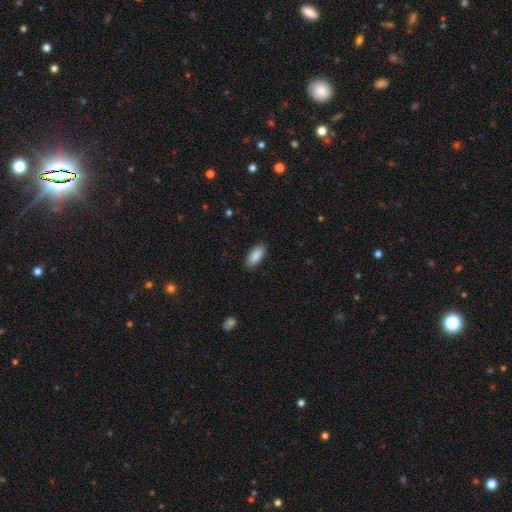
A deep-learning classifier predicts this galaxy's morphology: Smooth or featured?
  - smooth: 88% *
  - featured or disk: 6%
  - star or artifact: 6%
How rounded?
  - in between: 84% *
  - cigar-shaped: 14%
  - round: 2%
Merging?
  - none: 89% *
  - minor disturbance: 8%
  - major disturbance: 2%
  - merger: 1%